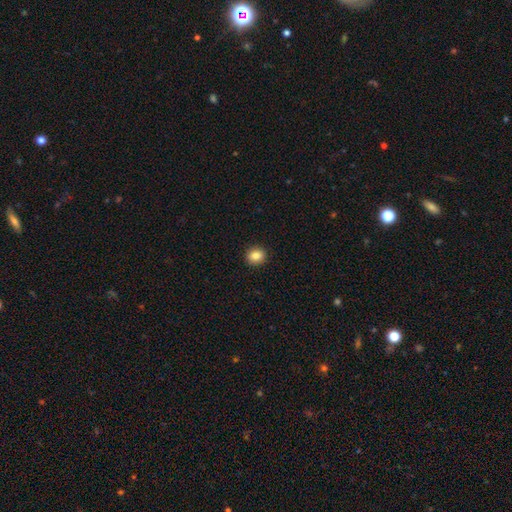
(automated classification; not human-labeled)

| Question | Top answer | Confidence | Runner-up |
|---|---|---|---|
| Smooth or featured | smooth | 86% | star or artifact (9%) |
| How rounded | round | 76% | in between (23%) |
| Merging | none | 92% | minor disturbance (5%) |